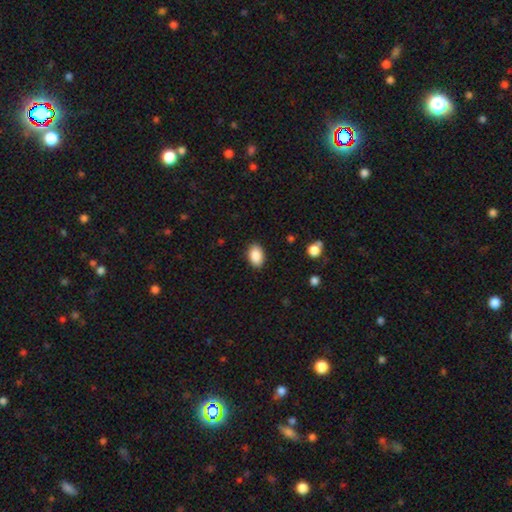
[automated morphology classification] A smooth galaxy with no disk features (89%) that is in between round and cigar-shaped (88%). Merging: none (88%).